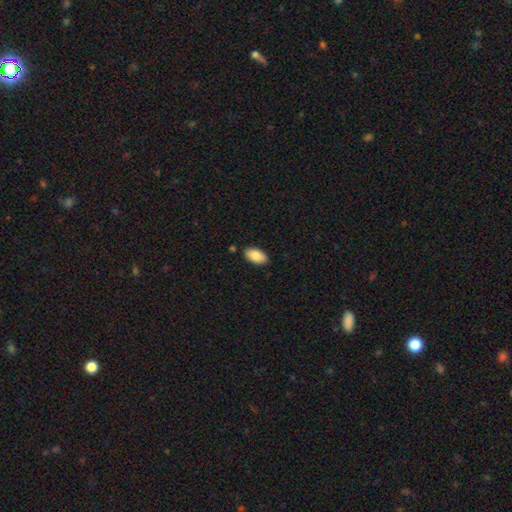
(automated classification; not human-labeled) Smooth or featured: smooth — 88% (star or artifact — 6%)
How rounded: in between — 95% (round — 3%)
Merging: none — 87% (minor disturbance — 9%)